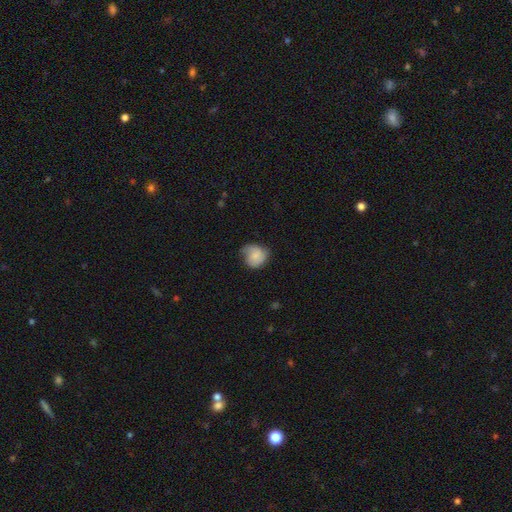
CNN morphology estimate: Smooth or featured: smooth — 63% (featured or disk — 30%)
How rounded: round — 74% (in between — 25%)
Merging: none — 50% (minor disturbance — 36%)